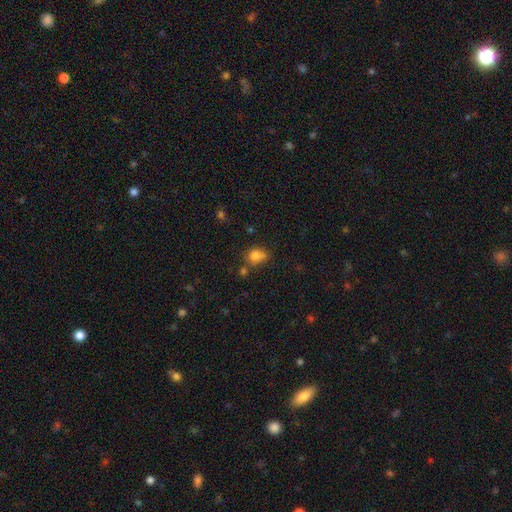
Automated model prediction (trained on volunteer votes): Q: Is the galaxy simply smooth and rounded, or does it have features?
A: smooth — 79%.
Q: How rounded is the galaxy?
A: round — 56%.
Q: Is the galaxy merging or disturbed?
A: none — 52%.